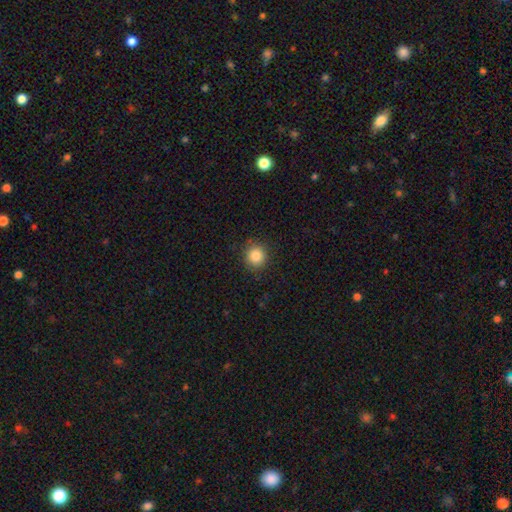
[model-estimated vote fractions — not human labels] Smooth or featured?
  - smooth: 85% *
  - star or artifact: 10%
  - featured or disk: 5%
How rounded?
  - round: 90% *
  - in between: 9%
  - cigar-shaped: 1%
Merging?
  - none: 89% *
  - minor disturbance: 8%
  - major disturbance: 2%
  - merger: 1%